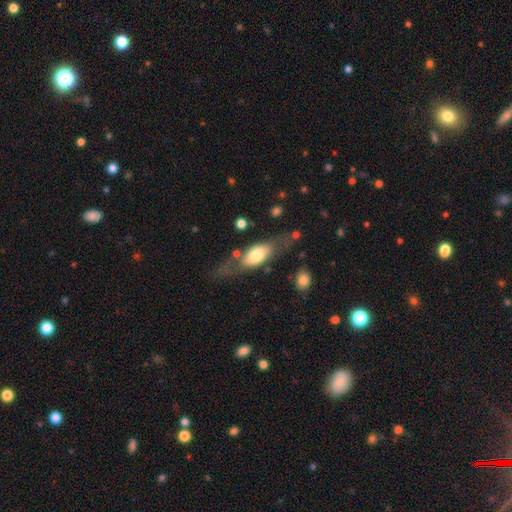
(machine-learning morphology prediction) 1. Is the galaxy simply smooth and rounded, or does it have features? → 55% smooth, 39% featured or disk, 6% star or artifact.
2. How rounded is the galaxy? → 72% in between, 24% cigar-shaped, 4% round.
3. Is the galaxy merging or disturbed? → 60% none, 21% minor disturbance, 14% major disturbance, 5% merger.